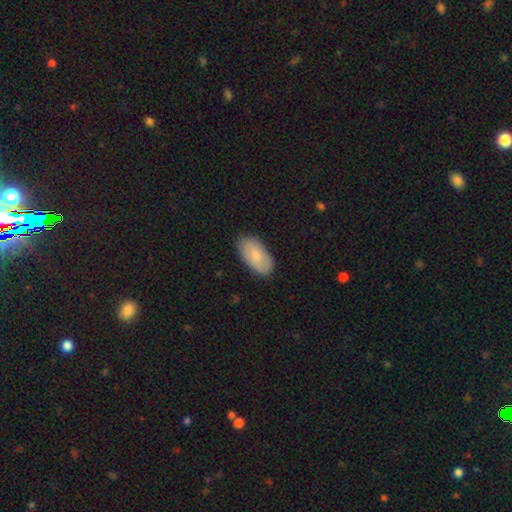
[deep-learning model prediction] The model was most divided on "smooth or featured": smooth: 78%, featured or disk: 17%, star or artifact: 6%. More confident: how rounded — in between (95%); merging — none (84%).